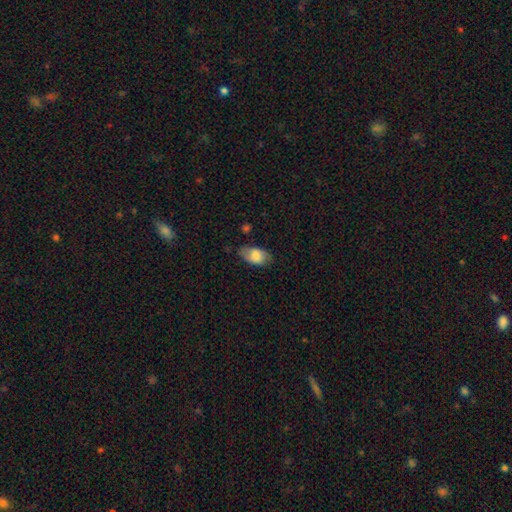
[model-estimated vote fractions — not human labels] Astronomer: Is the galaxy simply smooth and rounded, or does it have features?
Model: smooth — 73%.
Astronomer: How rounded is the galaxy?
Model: in between — 93%.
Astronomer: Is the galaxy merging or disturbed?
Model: none — 70%.